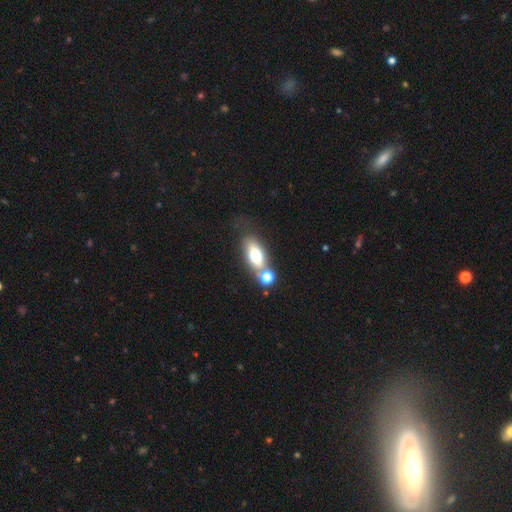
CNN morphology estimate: Smooth or featured?
  - smooth: 64% *
  - featured or disk: 26%
  - star or artifact: 9%
How rounded?
  - in between: 80% *
  - cigar-shaped: 14%
  - round: 6%
Merging?
  - none: 46% *
  - merger: 32%
  - minor disturbance: 14%
  - major disturbance: 7%